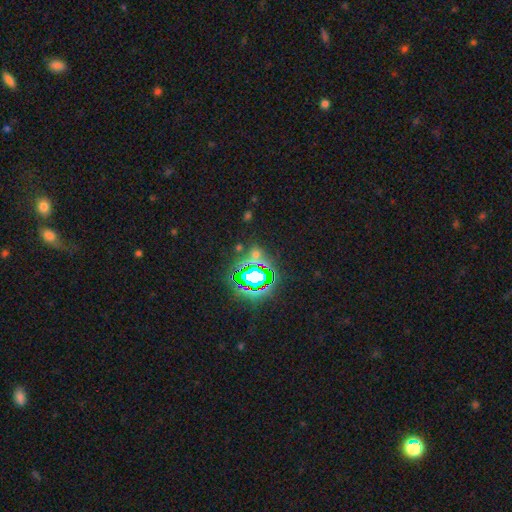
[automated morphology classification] star or artifact 72%, smooth 18%, featured or disk 10%.